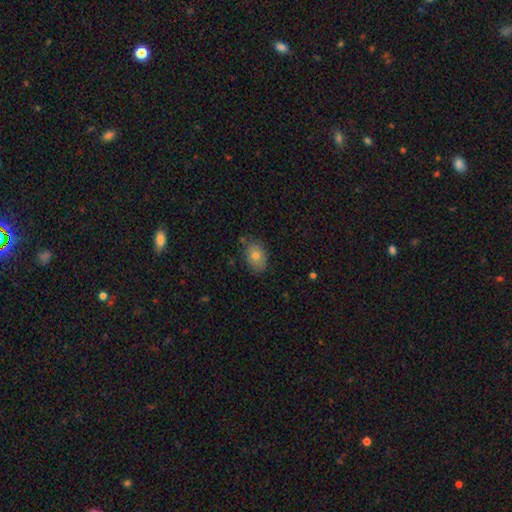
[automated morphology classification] Smooth or featured? Predicted: smooth (p=0.76). How rounded? Predicted: in between (p=0.78). Merging? Predicted: none (p=0.78).